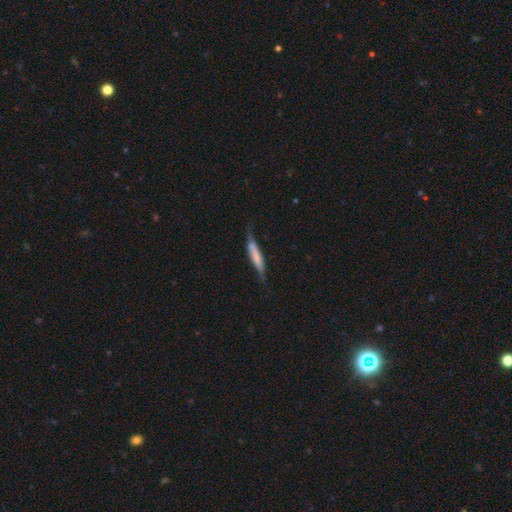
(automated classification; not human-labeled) Smooth or featured?
  - smooth: 55% *
  - featured or disk: 39%
  - star or artifact: 6%
How rounded?
  - cigar-shaped: 88% *
  - in between: 11%
  - round: 2%
Merging?
  - none: 54% *
  - minor disturbance: 30%
  - major disturbance: 12%
  - merger: 3%